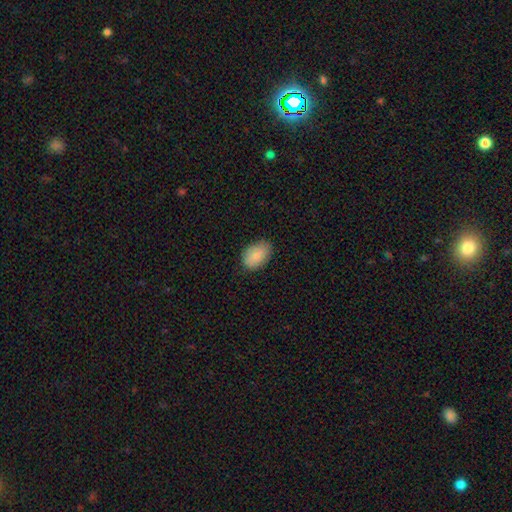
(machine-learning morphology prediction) This appears to be a smooth galaxy with no disk features (85%) that is in between round and cigar-shaped (87%). Merging: none (82%).